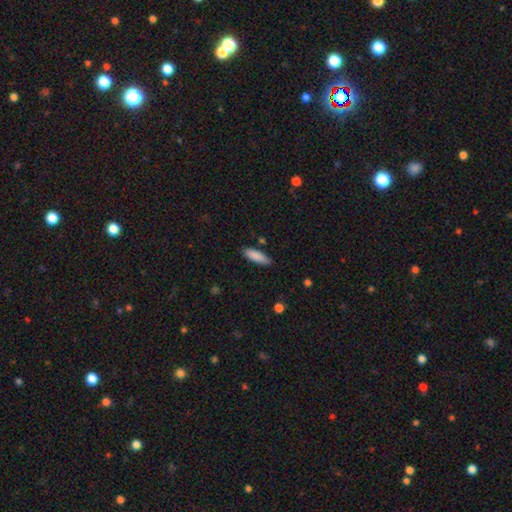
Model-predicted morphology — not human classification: smooth-or-featured: smooth: 87% | featured or disk: 7% | star or artifact: 6%
  how-rounded: cigar-shaped: 51% | in between: 48% | round: 2%
  merging: none: 84% | minor disturbance: 11% | major disturbance: 2% | merger: 2%